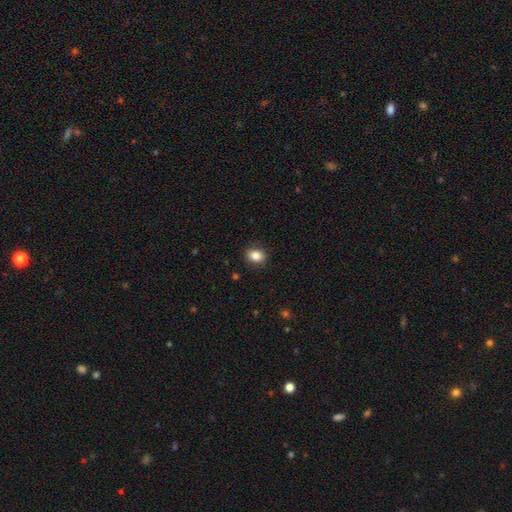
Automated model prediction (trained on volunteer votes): Smooth or featured?
  - smooth: 85% *
  - star or artifact: 9%
  - featured or disk: 6%
How rounded?
  - in between: 70% *
  - round: 29%
  - cigar-shaped: 1%
Merging?
  - none: 87% *
  - minor disturbance: 10%
  - major disturbance: 2%
  - merger: 1%